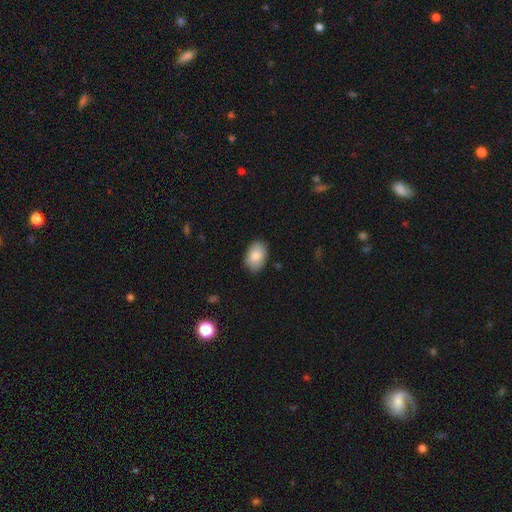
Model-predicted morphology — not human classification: Smooth or featured?
  - smooth: 85% *
  - featured or disk: 9%
  - star or artifact: 6%
How rounded?
  - in between: 88% *
  - round: 11%
  - cigar-shaped: 1%
Merging?
  - none: 83% *
  - minor disturbance: 14%
  - major disturbance: 3%
  - merger: 1%